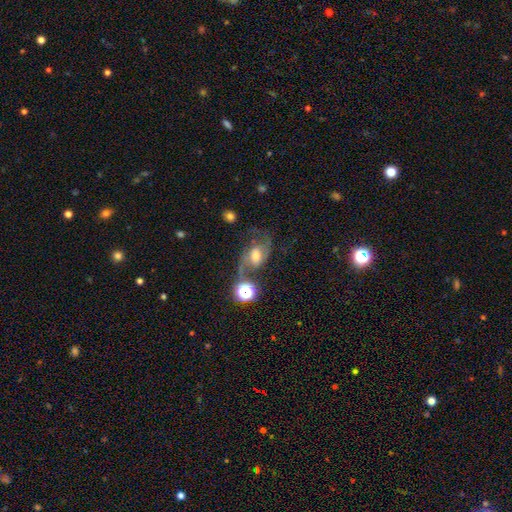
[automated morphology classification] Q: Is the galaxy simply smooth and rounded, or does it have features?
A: featured or disk — 69%.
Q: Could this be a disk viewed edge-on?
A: no — 96%.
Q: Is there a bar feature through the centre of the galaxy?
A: weak — 49%.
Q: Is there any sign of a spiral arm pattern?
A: yes — 92%.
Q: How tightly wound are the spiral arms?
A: medium — 46%.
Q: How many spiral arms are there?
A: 2 — 88%.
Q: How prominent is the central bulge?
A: moderate — 52%.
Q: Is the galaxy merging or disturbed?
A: none — 54%.